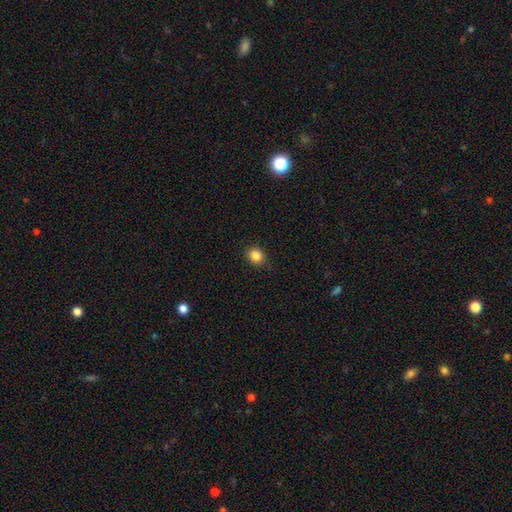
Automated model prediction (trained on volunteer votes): A smooth galaxy with no disk features (85%) that is round (70%). Merging: none (89%).